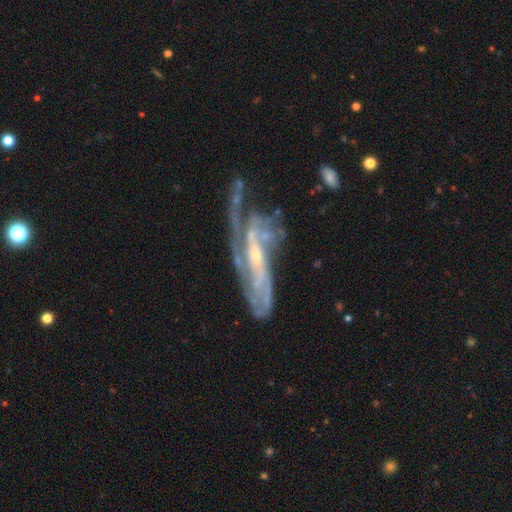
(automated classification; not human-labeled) The model was most divided on "bar" (2-way tie): weak: 38%, no: 38%, strong: 24%. Remaining: spiral arms — yes (94%); smooth or featured — featured or disk (86%); edge-on disk — no (83%); bulge size — small (63%); spiral winding — tight (46%); merging — none (42%); spiral arm count — can't tell (32%).